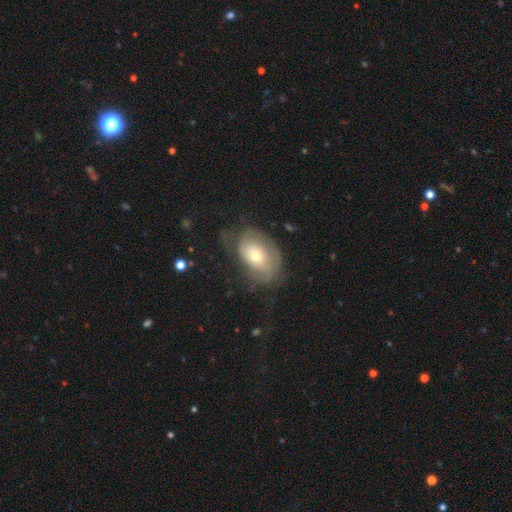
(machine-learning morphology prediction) smooth 49%, featured or disk 43%, star or artifact 8%. Down the decision tree: merging — none (51%).